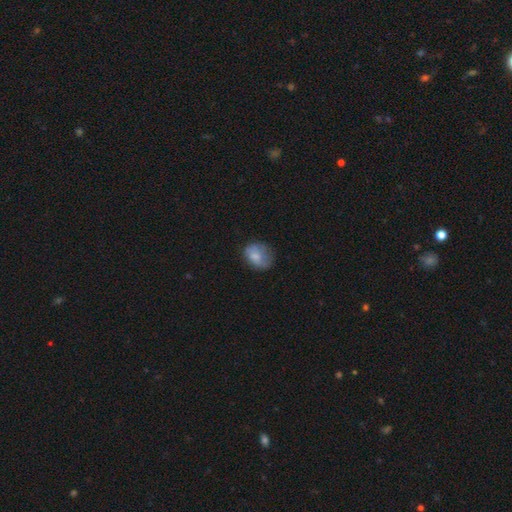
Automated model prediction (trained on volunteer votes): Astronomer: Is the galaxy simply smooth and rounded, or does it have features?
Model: smooth — 68%.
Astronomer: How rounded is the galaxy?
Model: in between — 51% (runner-up: round, 48%).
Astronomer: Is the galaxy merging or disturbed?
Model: none — 52% (runner-up: minor disturbance, 29%).